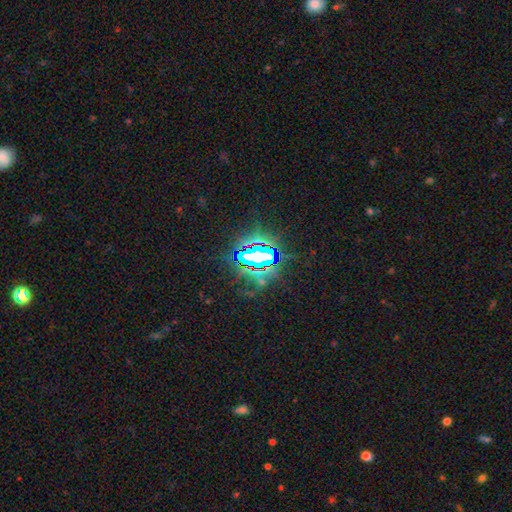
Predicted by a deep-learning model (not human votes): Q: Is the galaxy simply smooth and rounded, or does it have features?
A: star or artifact — 78%.